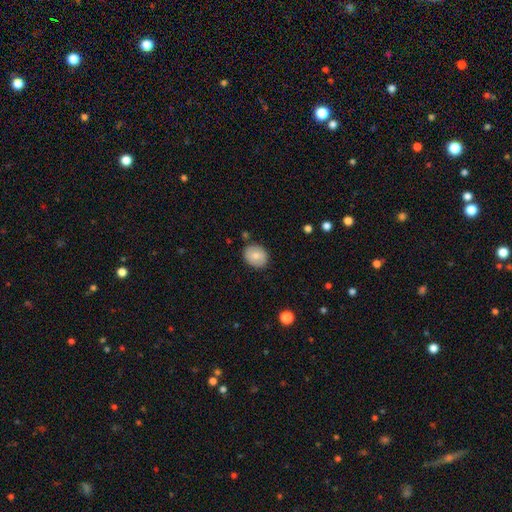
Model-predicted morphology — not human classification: Overall: smooth (75%). How rounded: round (51%; in between 48%). Merging: none (83%).